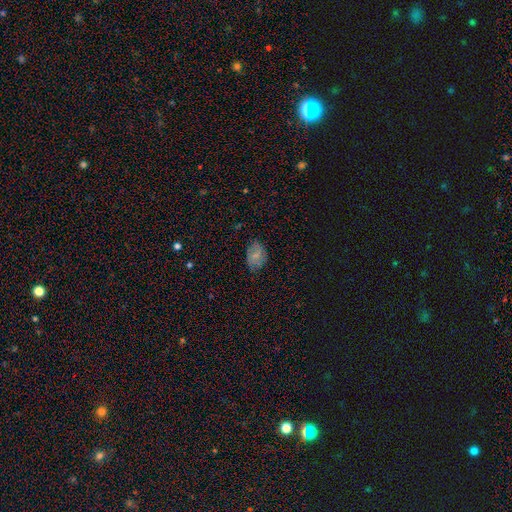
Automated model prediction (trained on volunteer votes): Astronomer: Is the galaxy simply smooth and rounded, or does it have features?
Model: smooth — 66%.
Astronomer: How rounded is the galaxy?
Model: in between — 79%.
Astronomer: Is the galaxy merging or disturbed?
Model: none — 71%.